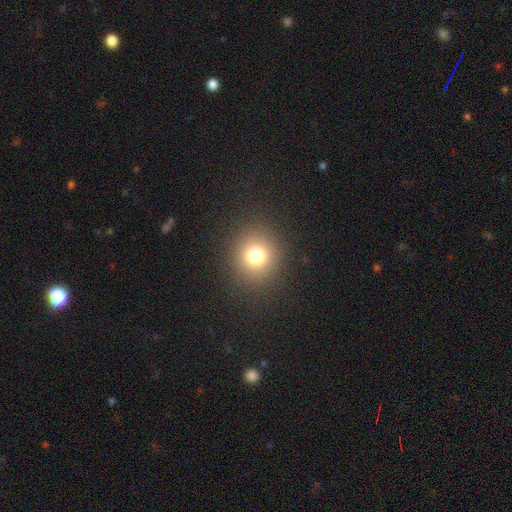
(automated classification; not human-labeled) Overall: smooth (76%). How rounded: round (89%). Merging: none (90%).